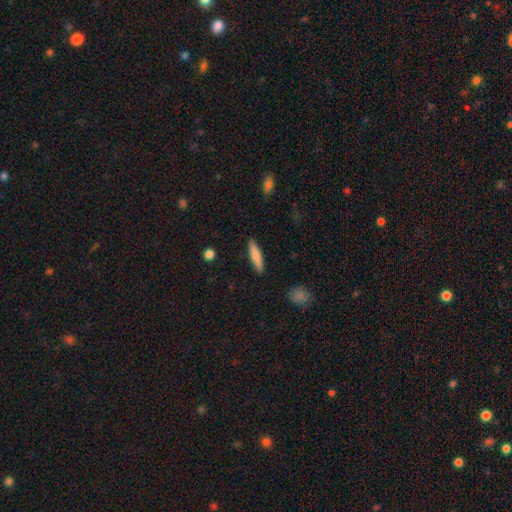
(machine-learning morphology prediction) Smooth or featured?
  - smooth: 76% *
  - featured or disk: 18%
  - star or artifact: 6%
How rounded?
  - cigar-shaped: 81% *
  - in between: 17%
  - round: 2%
Merging?
  - none: 90% *
  - minor disturbance: 7%
  - major disturbance: 2%
  - merger: 1%